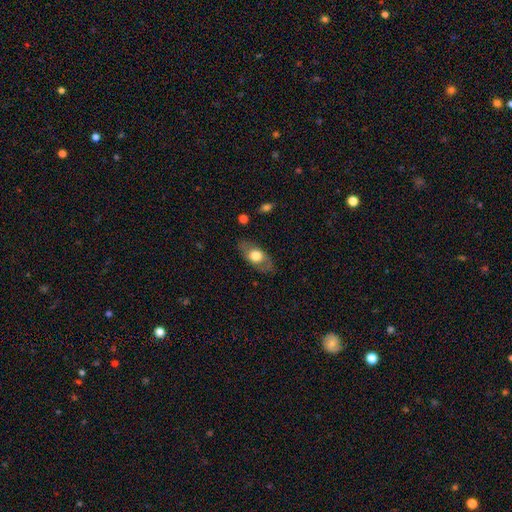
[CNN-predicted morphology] Q: Smooth or featured?
A: smooth (57%); runner-up: featured or disk (36%)
Q: How rounded?
A: in between (84%); runner-up: round (10%)
Q: Merging?
A: none (78%); runner-up: minor disturbance (15%)